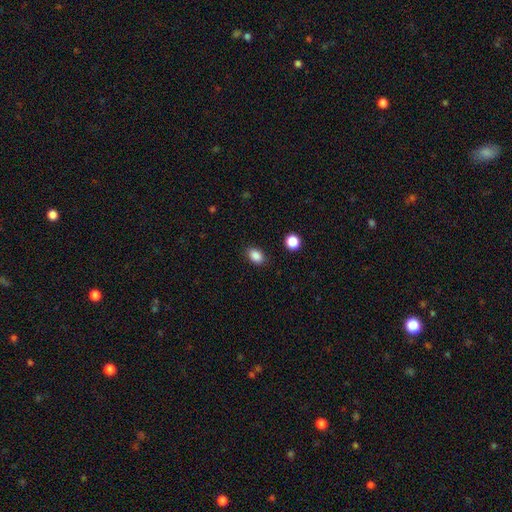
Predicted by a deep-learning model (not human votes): This appears to be a smooth galaxy with no disk features (87%) that is in between round and cigar-shaped (76%). Merging: none (87%).